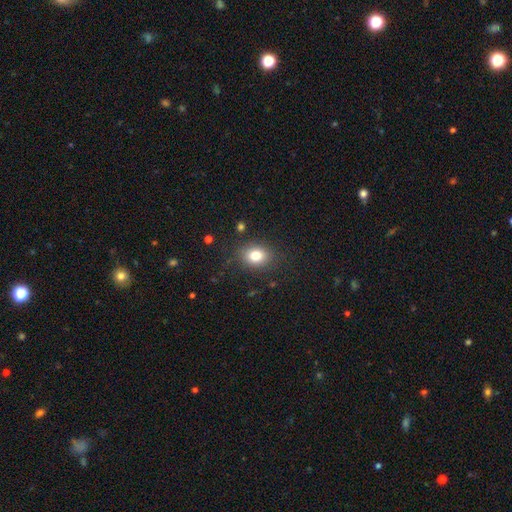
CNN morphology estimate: Smooth or featured? Predicted: smooth (p=0.80). How rounded? Predicted: round (p=0.53). Merging? Predicted: none (p=0.84).